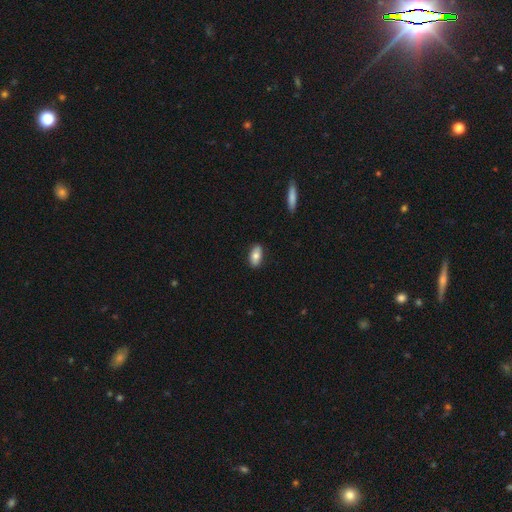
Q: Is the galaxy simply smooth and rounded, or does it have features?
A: smooth — 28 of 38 (74%).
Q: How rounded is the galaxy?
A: in between — 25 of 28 (89%).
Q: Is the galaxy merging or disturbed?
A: none — 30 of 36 (83%).